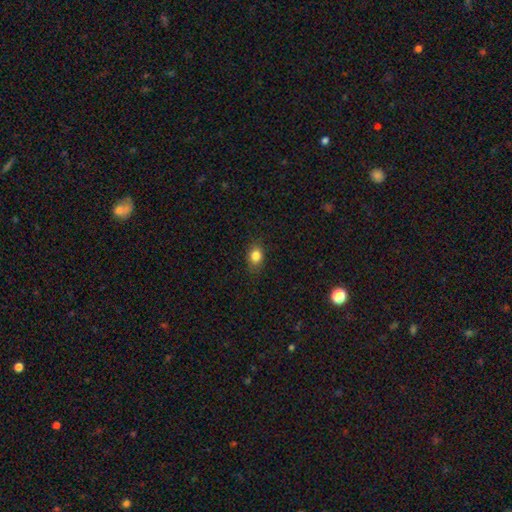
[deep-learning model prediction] smooth-or-featured: smooth: 83% | star or artifact: 11% | featured or disk: 6%
  how-rounded: in between: 57% | round: 41% | cigar-shaped: 2%
  merging: none: 83% | minor disturbance: 13% | major disturbance: 3% | merger: 1%